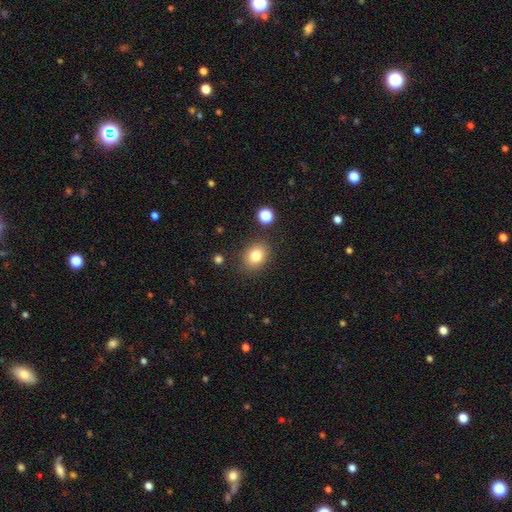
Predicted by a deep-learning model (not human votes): This appears to be a smooth galaxy with no disk features (81%) that is round (51%). Merging: none (83%).